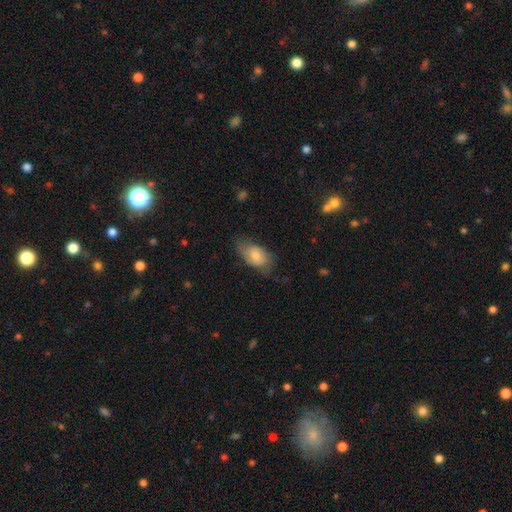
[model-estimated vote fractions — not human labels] Smooth or featured: smooth — 69% (featured or disk — 25%)
How rounded: in between — 91% (round — 7%)
Merging: none — 55% (minor disturbance — 31%)